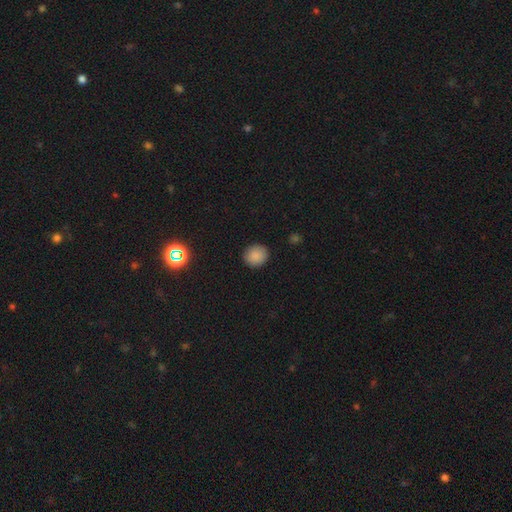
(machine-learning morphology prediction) smooth 86%, star or artifact 10%, featured or disk 4%. Down the decision tree: how rounded — round (87%); merging — none (90%).